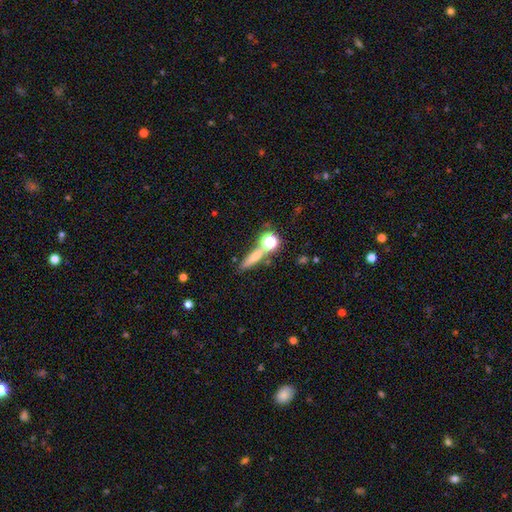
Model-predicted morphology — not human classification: Overall: smooth (59%; featured or disk 22%). How rounded: cigar-shaped (64%). Merging: none (65%).